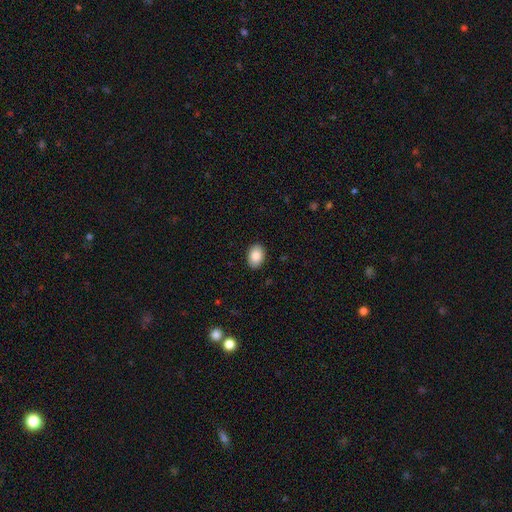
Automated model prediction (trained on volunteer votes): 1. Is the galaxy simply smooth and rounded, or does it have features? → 86% smooth, 7% star or artifact, 7% featured or disk.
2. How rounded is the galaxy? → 81% in between, 18% round, 1% cigar-shaped.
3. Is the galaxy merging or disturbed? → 90% none, 7% minor disturbance, 2% major disturbance, 1% merger.